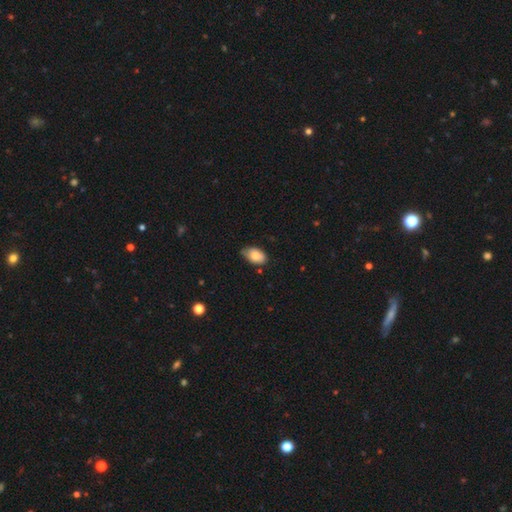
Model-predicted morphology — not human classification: Smooth or featured: smooth — 83% (featured or disk — 10%)
How rounded: in between — 93% (round — 6%)
Merging: none — 69% (minor disturbance — 26%)